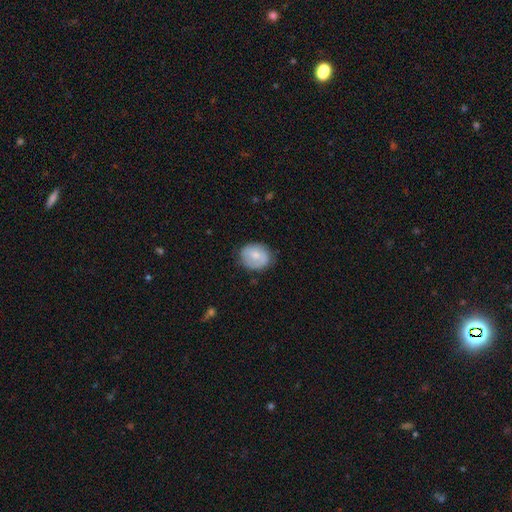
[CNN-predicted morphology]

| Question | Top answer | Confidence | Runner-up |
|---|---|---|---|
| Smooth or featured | smooth | 63% | featured or disk (30%) |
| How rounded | round | 59% | in between (40%) |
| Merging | none | 75% | minor disturbance (19%) |